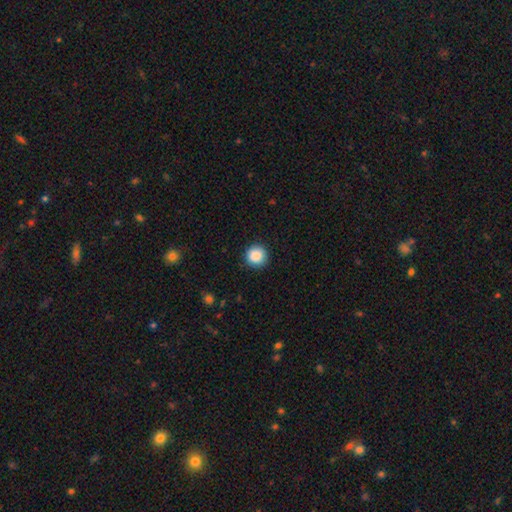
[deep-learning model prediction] Overall: smooth (88%). How rounded: round (95%). Merging: none (90%).